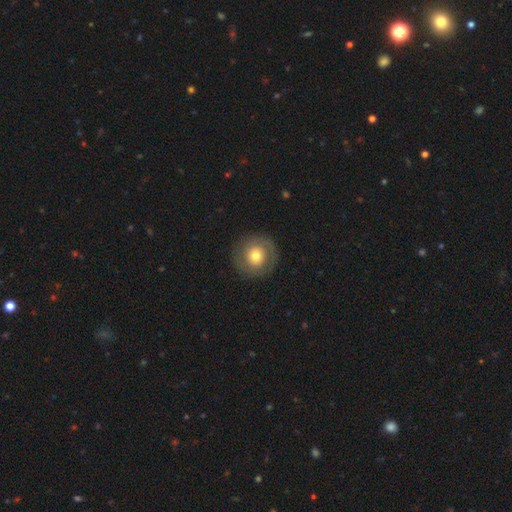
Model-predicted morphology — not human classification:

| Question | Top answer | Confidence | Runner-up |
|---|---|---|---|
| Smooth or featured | smooth | 55% | featured or disk (37%) |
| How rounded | round | 94% | in between (5%) |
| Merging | none | 87% | minor disturbance (8%) |